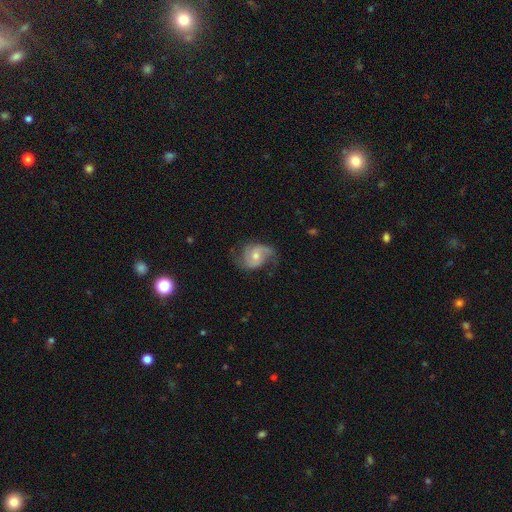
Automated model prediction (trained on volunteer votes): This appears to be a featured or disk galaxy (81%) with no bar (60%), 2 (79%) medium (47%) spiral arms (95%) and a moderate central bulge (53%). Merging: none (67%).